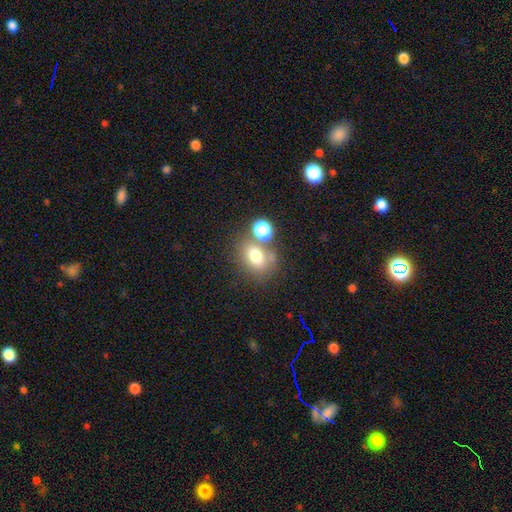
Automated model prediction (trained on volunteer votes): Morphology: type=smooth (72%); roundness=in between (61%); merging=none (54%).